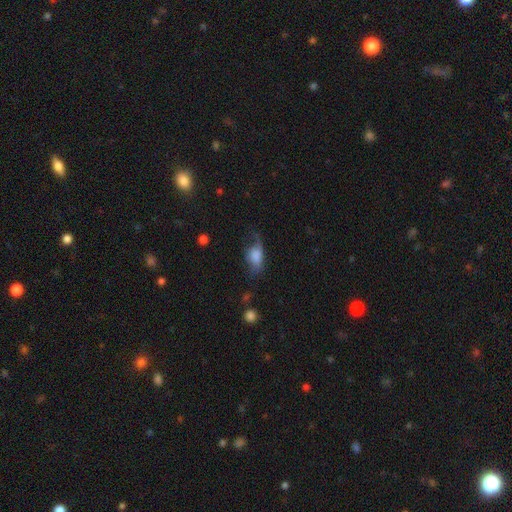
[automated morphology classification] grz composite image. It shows a smooth galaxy with no disk features (71%) that is in between round and cigar-shaped (87%). Merging: major disturbance (33%, tied with minor disturbance).